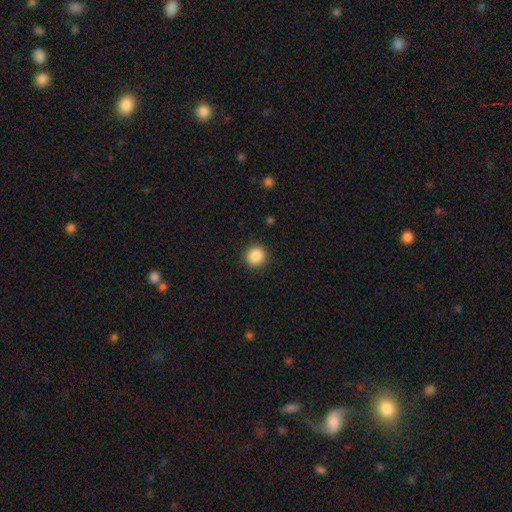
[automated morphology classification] Smooth or featured? smooth (87%)
How rounded? round (85%)
Merging? none (89%)